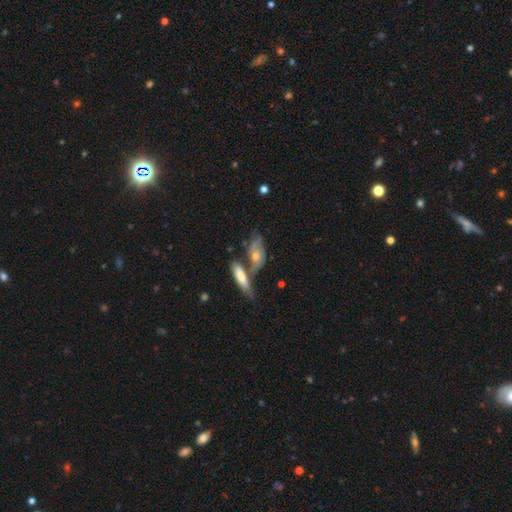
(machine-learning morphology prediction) Smooth or featured? Predicted: featured or disk (p=0.52). Edge-on disk? Predicted: no (p=0.69). Merging? Predicted: none (p=0.41).